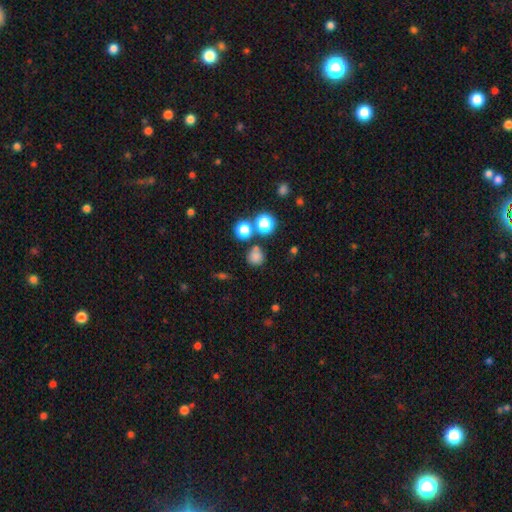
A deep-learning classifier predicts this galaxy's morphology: smooth_or_featured: smooth (p=0.76) [alt: star or artifact p=0.18]
how_rounded: round (p=0.91) [alt: in between p=0.09]
merging: none (p=0.74) [alt: minor disturbance p=0.11]